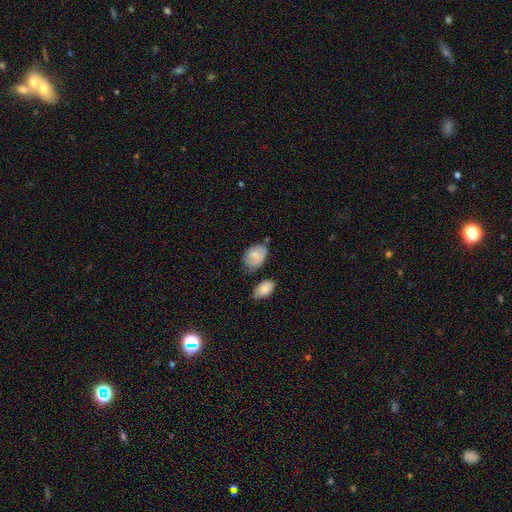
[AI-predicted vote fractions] Q: Smooth or featured?
A: smooth (76%); runner-up: featured or disk (17%)
Q: How rounded?
A: in between (82%); runner-up: round (17%)
Q: Merging?
A: none (56%); runner-up: minor disturbance (30%)